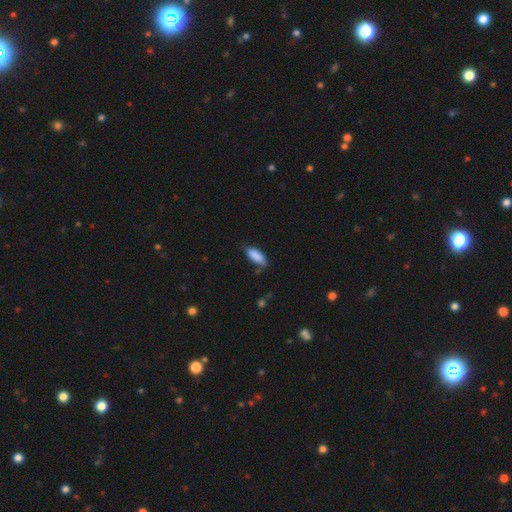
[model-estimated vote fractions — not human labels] This is clearly a smooth galaxy (88%). How rounded: likely in between (75%). Merging: likely none (67%).